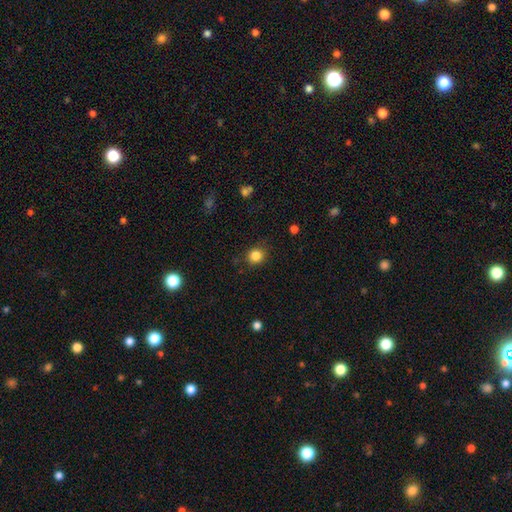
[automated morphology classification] This appears to be a smooth galaxy with no disk features (84%) that is round (85%). Merging: none (85%).